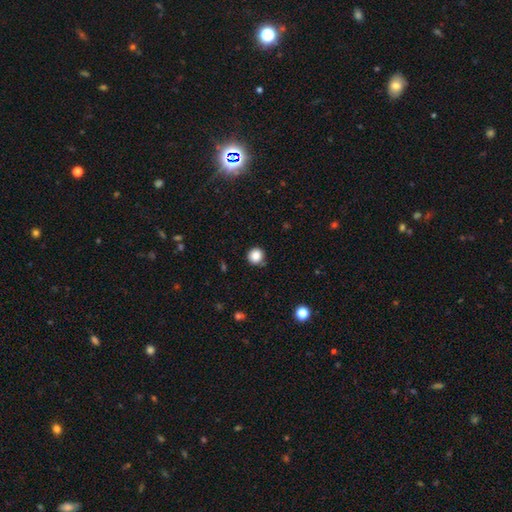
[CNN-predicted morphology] This is clearly a smooth galaxy (86%). How rounded: clearly round (94%). Merging: clearly none (85%).